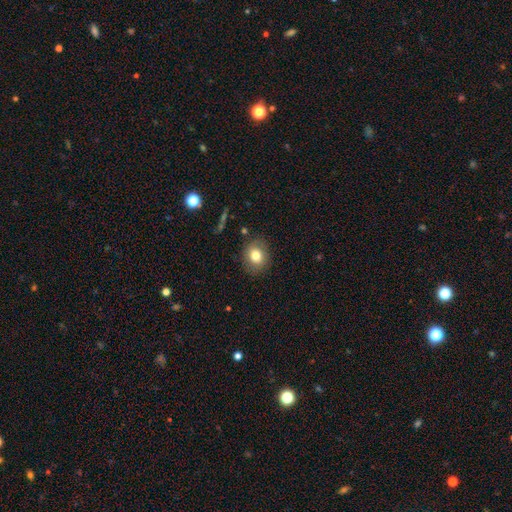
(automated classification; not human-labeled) Smooth or featured? smooth (78%)
How rounded? round (71%)
Merging? none (86%)